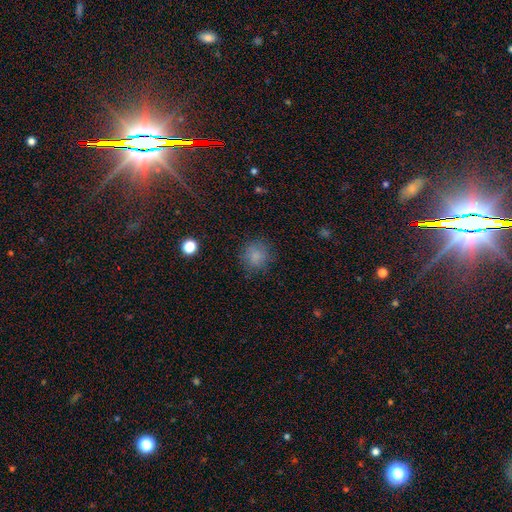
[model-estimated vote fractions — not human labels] Smooth or featured?
  - smooth: 82% *
  - star or artifact: 12%
  - featured or disk: 6%
How rounded?
  - round: 89% *
  - in between: 10%
  - cigar-shaped: 1%
Merging?
  - none: 83% *
  - minor disturbance: 12%
  - major disturbance: 4%
  - merger: 1%